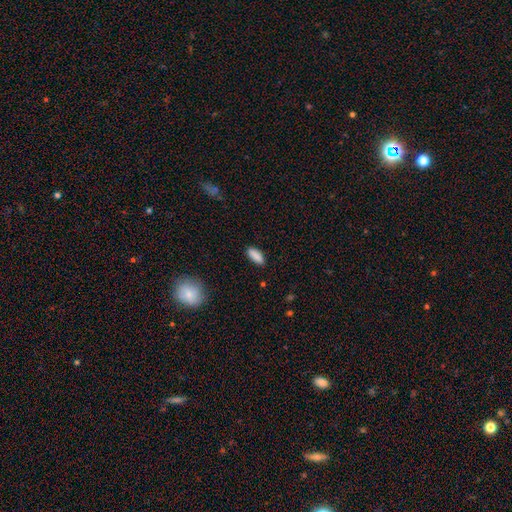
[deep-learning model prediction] This is clearly a smooth galaxy (89%). How rounded: likely in between (77%). Merging: clearly none (86%).